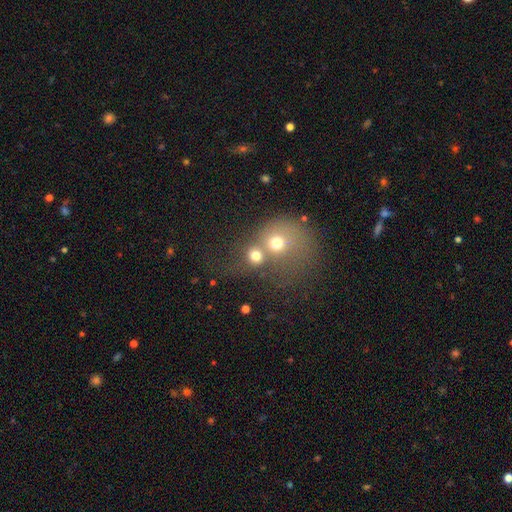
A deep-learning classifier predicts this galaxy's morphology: Q: Smooth or featured?
A: smooth (66%); runner-up: featured or disk (17%)
Q: How rounded?
A: round (77%); runner-up: in between (22%)
Q: Merging?
A: merger (60%); runner-up: none (25%)